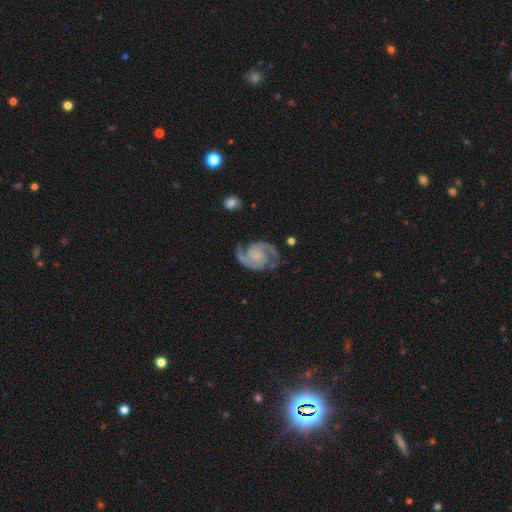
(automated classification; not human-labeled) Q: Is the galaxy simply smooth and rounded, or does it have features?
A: featured or disk — 92%.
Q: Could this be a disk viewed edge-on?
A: no — 98%.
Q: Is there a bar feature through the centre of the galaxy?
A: no — 67%.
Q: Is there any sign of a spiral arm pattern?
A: yes — 99%.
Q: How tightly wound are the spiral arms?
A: medium — 53%.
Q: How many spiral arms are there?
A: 2 — 94%.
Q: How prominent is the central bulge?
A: small — 54%.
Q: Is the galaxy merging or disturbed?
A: none — 78%.